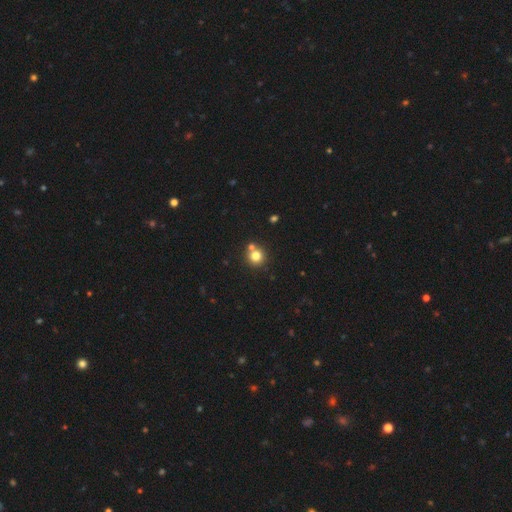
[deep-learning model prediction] A smooth galaxy with no disk features (78%) that is round (92%). Merging: none (69%).